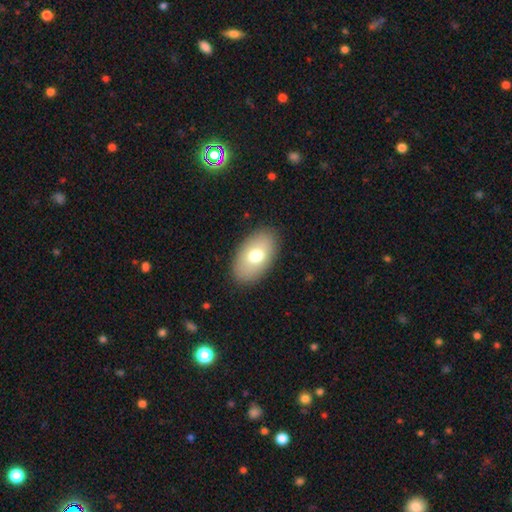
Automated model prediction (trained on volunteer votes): Overall: smooth (73%). How rounded: in between (92%). Merging: none (87%).